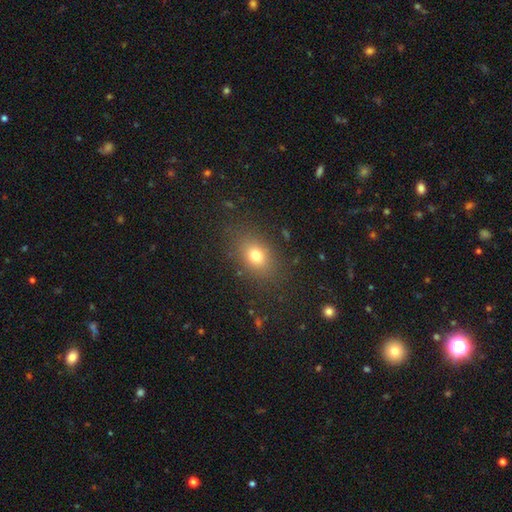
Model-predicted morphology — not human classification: Smooth or featured: smooth — 77% (star or artifact — 14%)
How rounded: in between — 69% (round — 29%)
Merging: none — 84% (minor disturbance — 10%)